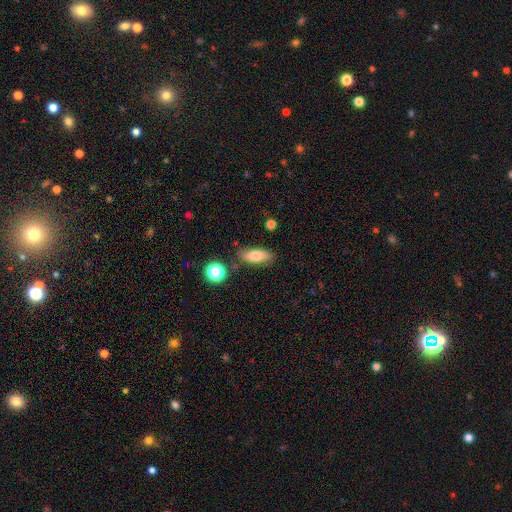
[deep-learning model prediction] This is likely a smooth galaxy (76%). How rounded: likely in between (70%). Merging: likely none (79%).